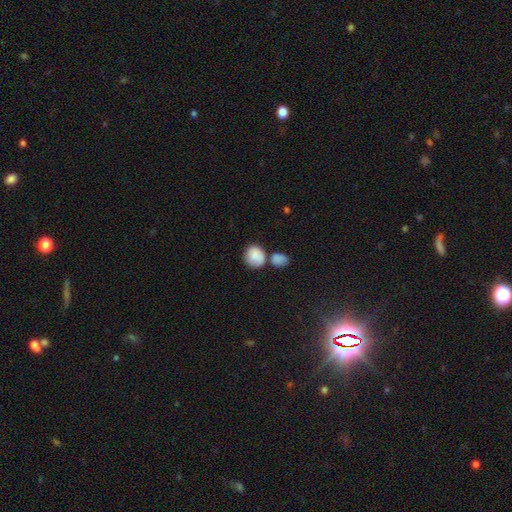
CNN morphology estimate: smooth-or-featured: smooth: 87% | star or artifact: 7% | featured or disk: 6%
  how-rounded: round: 74% | in between: 25% | cigar-shaped: 1%
  merging: none: 52% | merger: 29% | minor disturbance: 14% | major disturbance: 5%